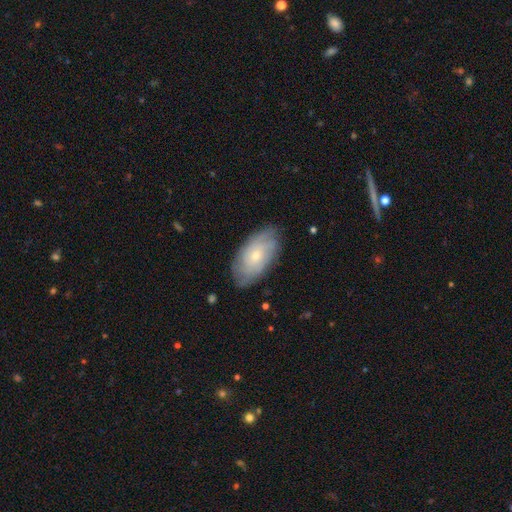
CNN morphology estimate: This is possibly a featured or disk galaxy (51%). It is clearly not viewed edge-on (91%). Merging: likely none (79%).